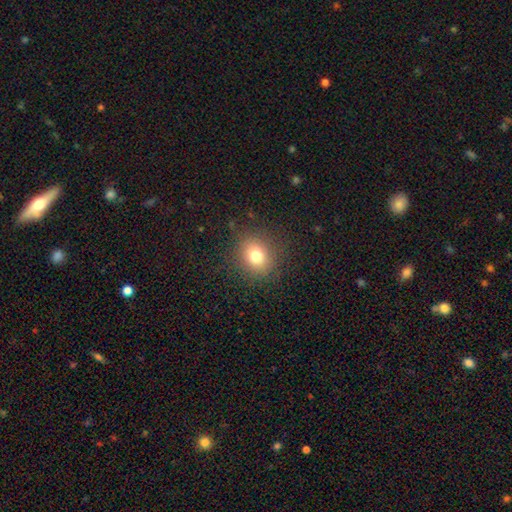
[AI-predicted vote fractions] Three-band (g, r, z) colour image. It shows a smooth galaxy with no disk features (79%) that is round (71%). Merging: none (87%).